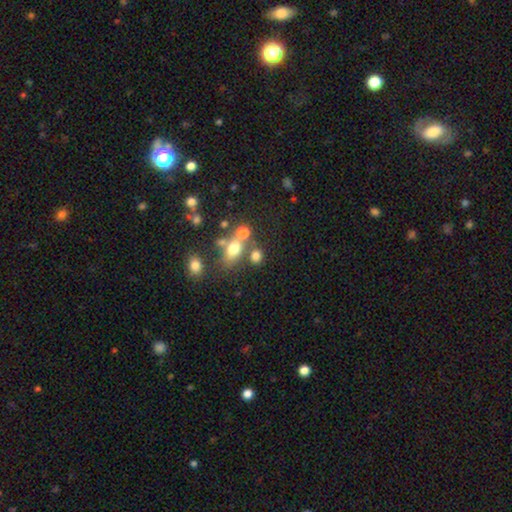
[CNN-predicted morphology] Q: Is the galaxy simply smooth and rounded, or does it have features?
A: smooth — 72%.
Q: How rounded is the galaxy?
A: round — 49%.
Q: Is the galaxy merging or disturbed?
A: none — 52%.